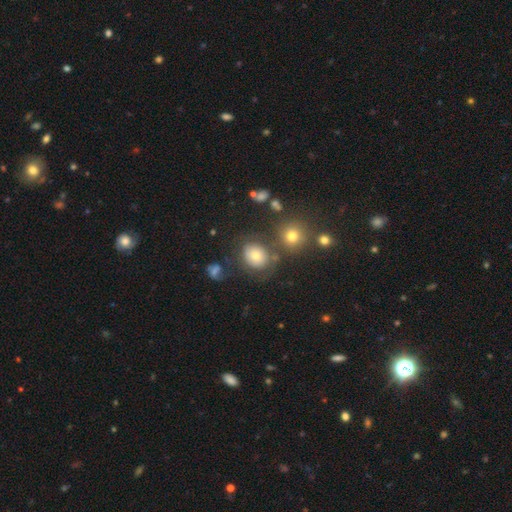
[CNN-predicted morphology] Q: Smooth or featured?
A: smooth (71%); runner-up: featured or disk (15%)
Q: How rounded?
A: round (61%); runner-up: in between (38%)
Q: Merging?
A: none (64%); runner-up: minor disturbance (16%)